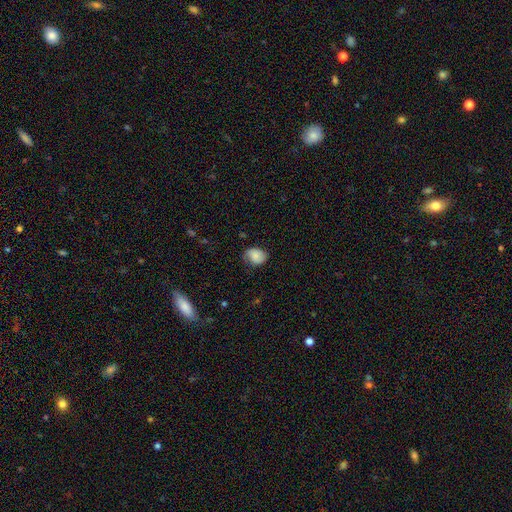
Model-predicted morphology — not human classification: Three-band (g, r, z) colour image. It shows a smooth galaxy with no disk features (65%) that is in between round and cigar-shaped (54%). Merging: none (58%).